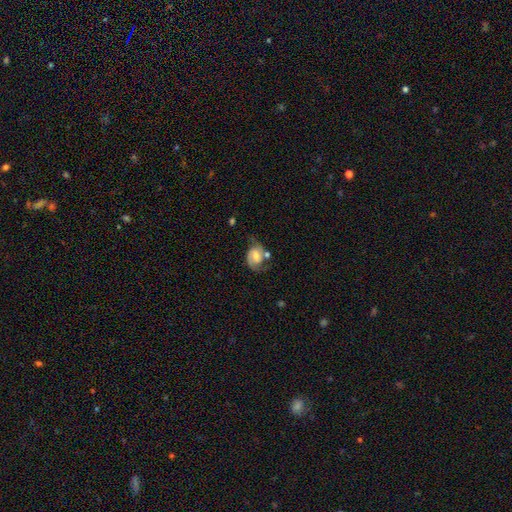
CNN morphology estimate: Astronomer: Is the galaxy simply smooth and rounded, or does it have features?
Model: featured or disk — 69%.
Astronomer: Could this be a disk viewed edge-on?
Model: no — 97%.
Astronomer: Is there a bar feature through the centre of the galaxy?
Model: no — 46% (runner-up: weak, 42%).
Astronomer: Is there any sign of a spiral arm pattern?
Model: yes — 90%.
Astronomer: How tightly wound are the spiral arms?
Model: medium — 47% (runner-up: tight, 28%).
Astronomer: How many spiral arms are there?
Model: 2 — 79%.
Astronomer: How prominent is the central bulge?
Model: moderate — 52% (runner-up: small, 34%).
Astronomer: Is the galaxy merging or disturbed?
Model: none — 47% (runner-up: minor disturbance, 23%).